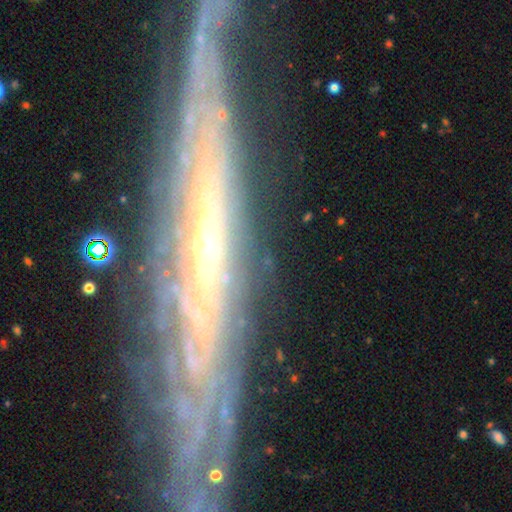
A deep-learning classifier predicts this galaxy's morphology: The model was most divided on "edge-on disk": yes: 58%, no: 42%. More confident: smooth or featured — featured or disk (81%); merging — none (62%).